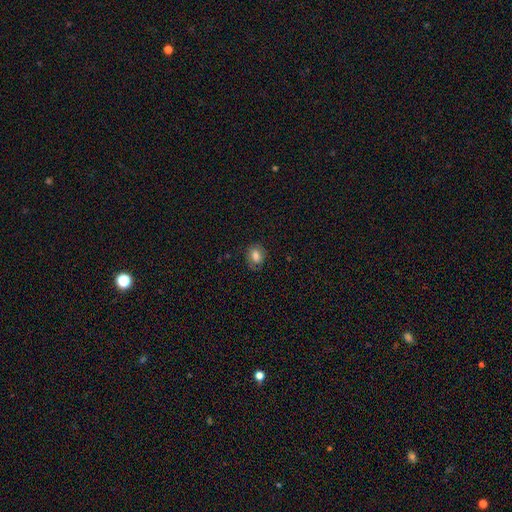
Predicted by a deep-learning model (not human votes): Smooth or featured? Predicted: smooth (p=0.77). How rounded? Predicted: in between (p=0.51). Merging? Predicted: none (p=0.76).